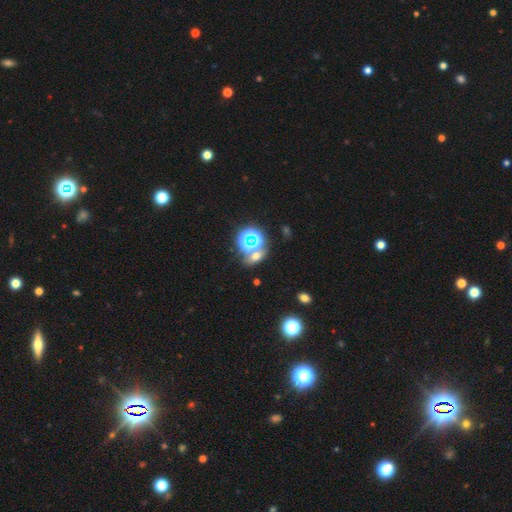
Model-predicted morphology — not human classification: Q: Smooth or featured?
A: smooth (44%); runner-up: star or artifact (42%)
Q: Merging?
A: none (64%); runner-up: merger (21%)